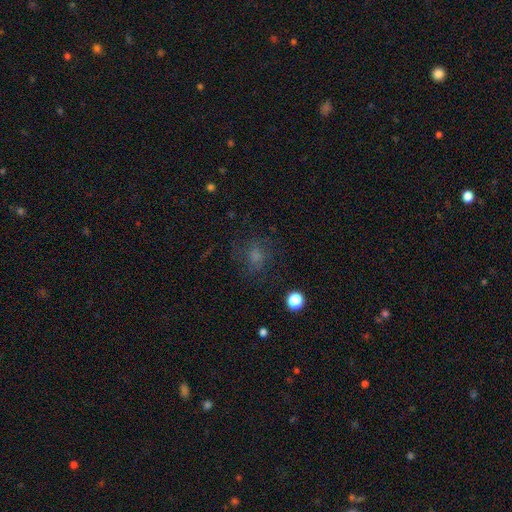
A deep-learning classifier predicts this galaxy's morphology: This is possibly a smooth galaxy (60%). How rounded: likely round (71%). Merging: likely none (68%).